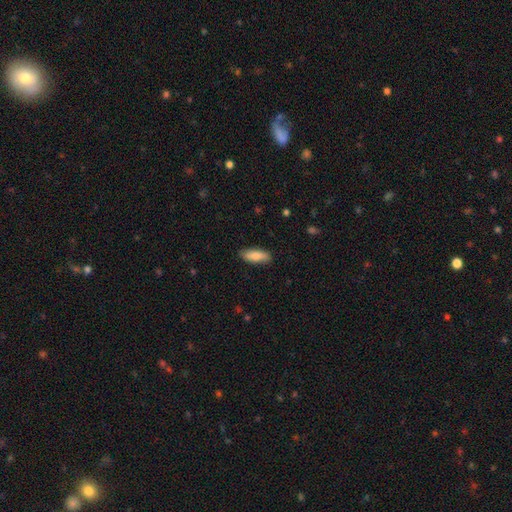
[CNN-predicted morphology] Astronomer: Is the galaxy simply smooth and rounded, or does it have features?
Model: smooth — 83%.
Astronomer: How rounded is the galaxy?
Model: in between — 67%.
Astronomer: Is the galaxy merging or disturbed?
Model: none — 86%.